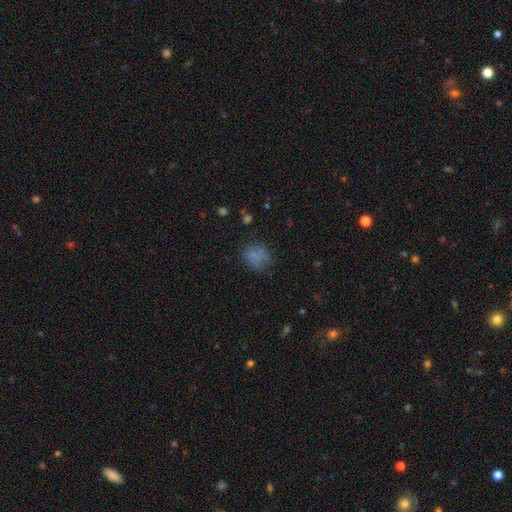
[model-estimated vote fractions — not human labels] Smooth or featured: smooth — 69% (star or artifact — 16%)
How rounded: round — 56% (in between — 43%)
Merging: none — 53% (minor disturbance — 25%)